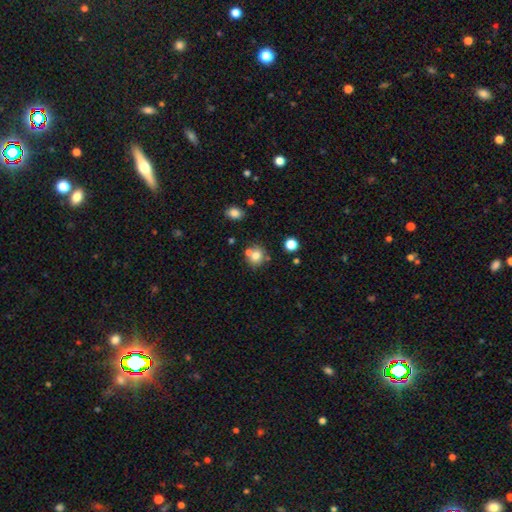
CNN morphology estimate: Smooth or featured: smooth — 75% (star or artifact — 13%)
How rounded: round — 76% (in between — 23%)
Merging: none — 59% (merger — 25%)